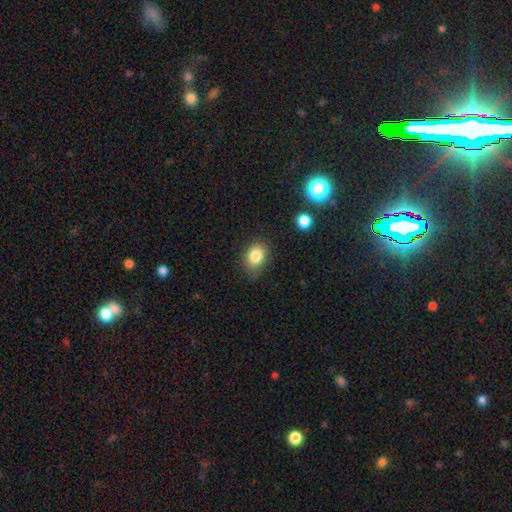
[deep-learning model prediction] Overall: smooth (84%). How rounded: in between (72%). Merging: none (76%).